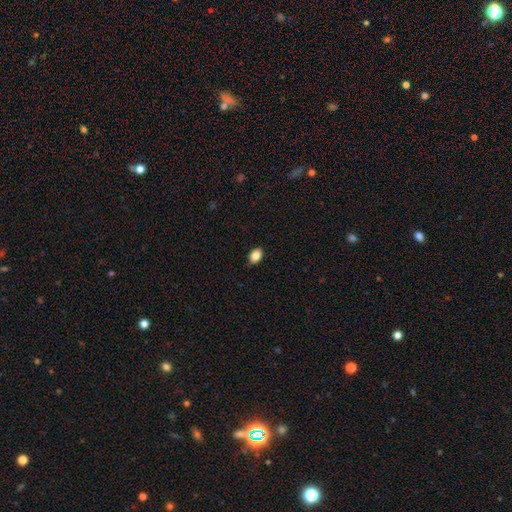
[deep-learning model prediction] Overall: smooth (86%). How rounded: in between (77%). Merging: none (89%).